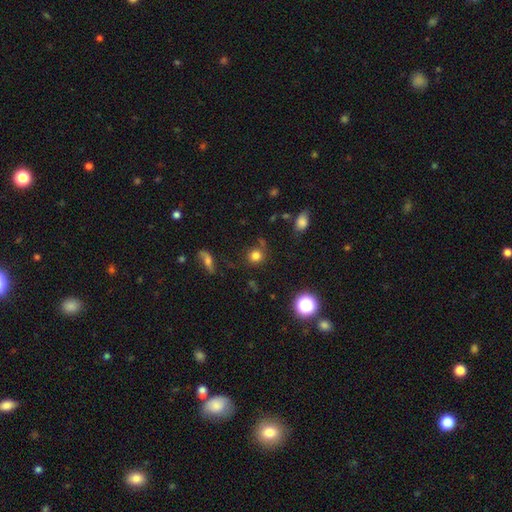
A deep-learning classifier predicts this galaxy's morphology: Overall: smooth (77%). How rounded: round (89%). Merging: none (77%).